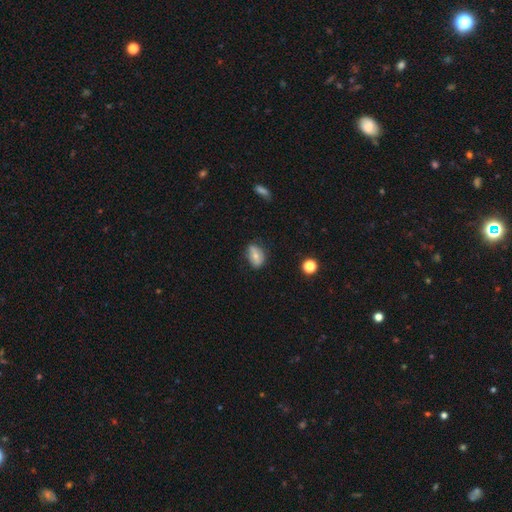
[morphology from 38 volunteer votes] Overall: smooth (68%). How rounded: in between (81%). Merging: none (66%).